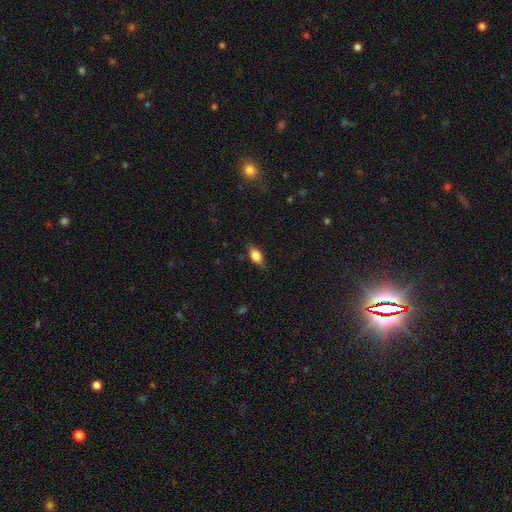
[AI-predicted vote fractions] The model was most divided on "smooth or featured": smooth: 74%, featured or disk: 18%, star or artifact: 8%. More confident: how rounded — in between (82%); merging — none (78%).